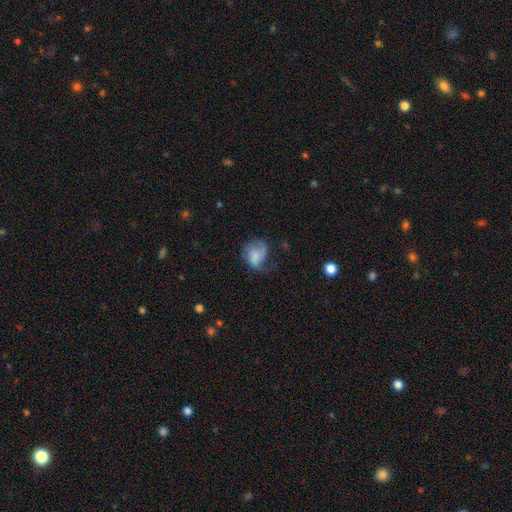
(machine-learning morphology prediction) Smooth or featured?
  - smooth: 50% *
  - featured or disk: 41%
  - star or artifact: 9%
How rounded?
  - in between: 54% *
  - round: 44%
  - cigar-shaped: 1%
Merging?
  - none: 37% *
  - major disturbance: 31%
  - minor disturbance: 29%
  - merger: 3%